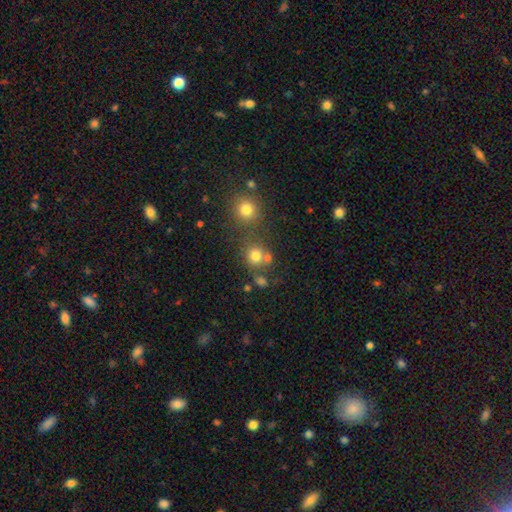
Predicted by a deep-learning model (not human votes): Smooth or featured? smooth (76%)
How rounded? round (86%)
Merging? none (62%)